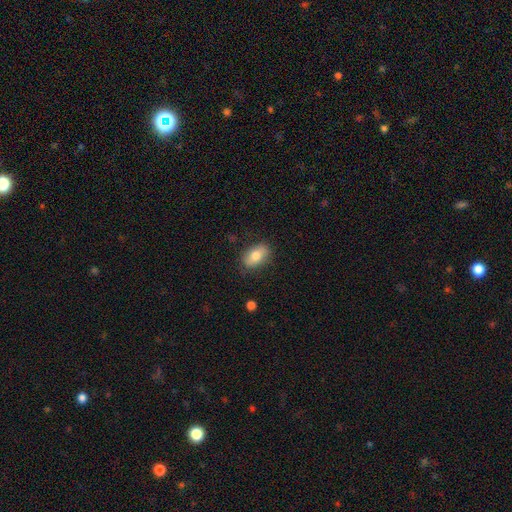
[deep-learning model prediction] Overall: smooth (75%). How rounded: in between (88%). Merging: none (82%).